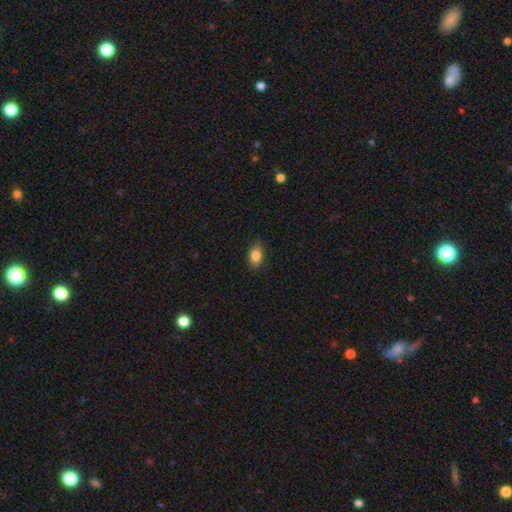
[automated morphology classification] Smooth or featured? smooth (85%)
How rounded? in between (85%)
Merging? none (87%)